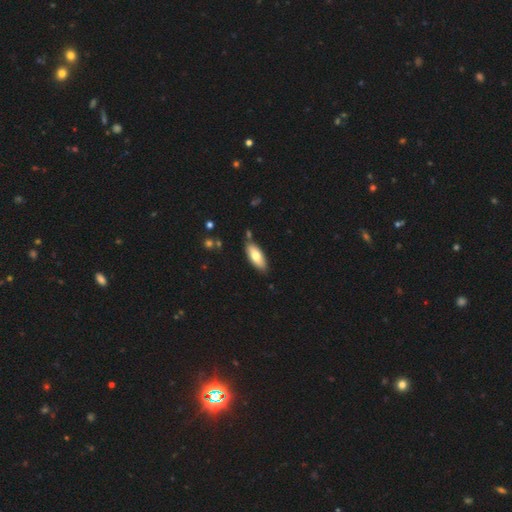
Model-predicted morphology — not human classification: Q: Smooth or featured?
A: smooth (71%); runner-up: featured or disk (23%)
Q: How rounded?
A: in between (78%); runner-up: cigar-shaped (20%)
Q: Merging?
A: none (82%); runner-up: minor disturbance (12%)